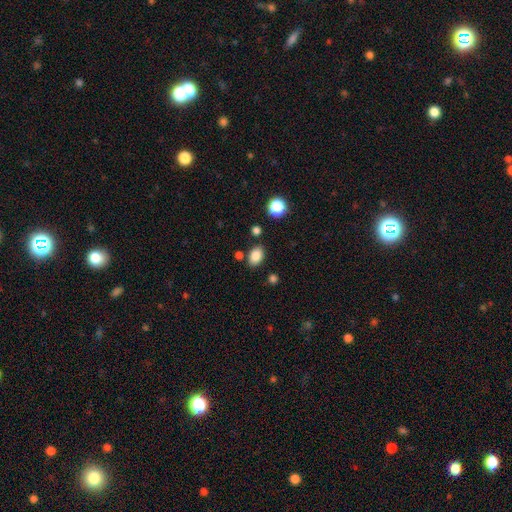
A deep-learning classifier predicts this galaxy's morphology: type=smooth (85%); roundness=in between (81%); merging=none (81%).